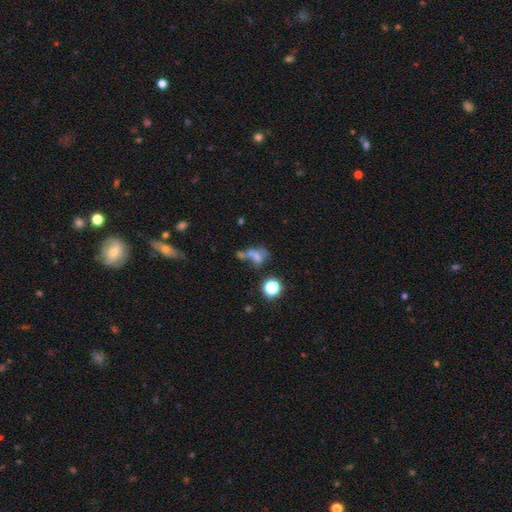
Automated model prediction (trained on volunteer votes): A smooth galaxy with no disk features (50%).

Vote fractions:
- Smooth or featured? smooth: 50% / featured or disk: 27% / star or artifact: 23%
- Merging? merger: 43% / none: 26% / major disturbance: 18% / minor disturbance: 13%